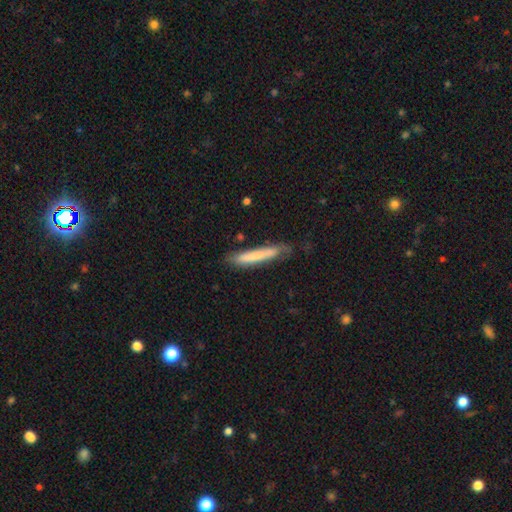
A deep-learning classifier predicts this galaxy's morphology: Q: Smooth or featured?
A: smooth (68%); runner-up: featured or disk (25%)
Q: How rounded?
A: cigar-shaped (93%); runner-up: in between (5%)
Q: Merging?
A: none (67%); runner-up: minor disturbance (24%)